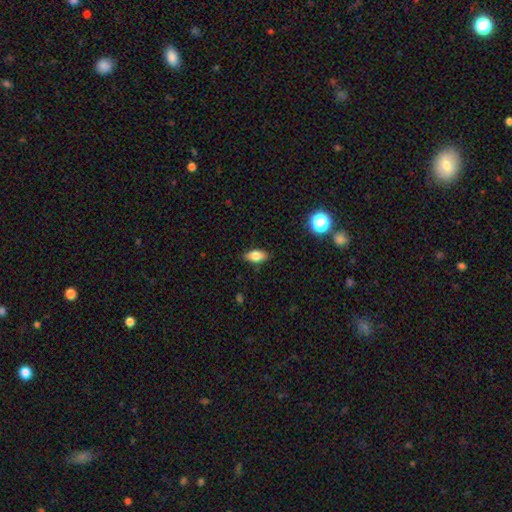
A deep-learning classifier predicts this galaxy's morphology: Smooth or featured? Predicted: smooth (p=0.78). How rounded? Predicted: in between (p=0.86). Merging? Predicted: none (p=0.85).